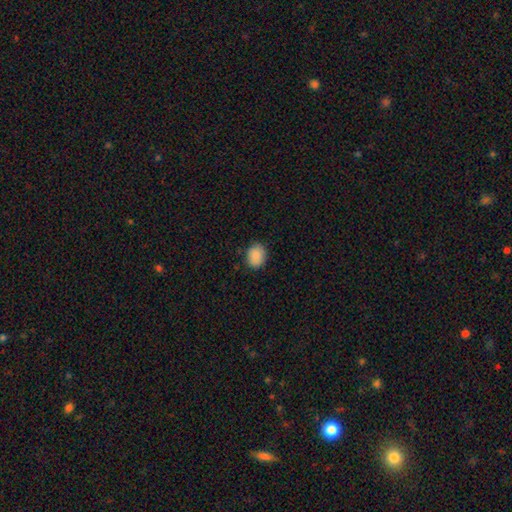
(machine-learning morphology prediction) smooth 88%, star or artifact 8%, featured or disk 5%. Down the decision tree: how rounded — round (52%); merging — none (84%).